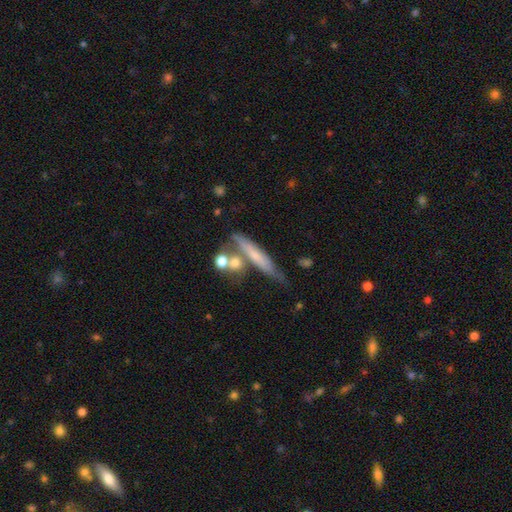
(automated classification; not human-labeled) Smooth or featured? smooth (54%)
How rounded? cigar-shaped (84%)
Merging? none (54%)